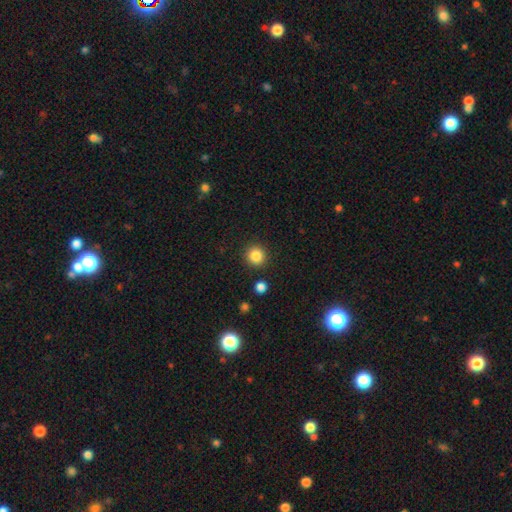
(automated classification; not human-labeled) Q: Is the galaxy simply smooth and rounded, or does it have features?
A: smooth — 85%.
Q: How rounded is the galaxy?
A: round — 93%.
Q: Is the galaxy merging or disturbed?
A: none — 90%.